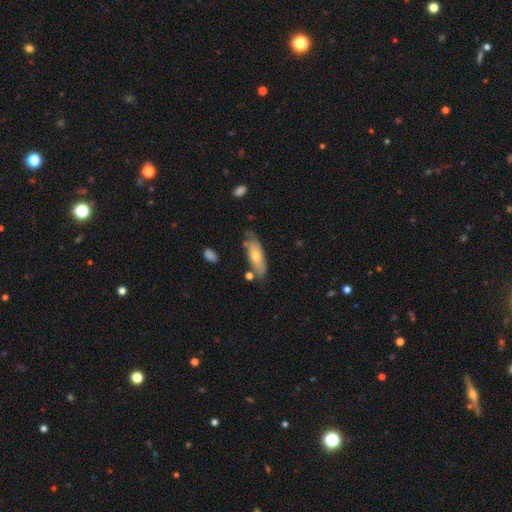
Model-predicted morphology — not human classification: Overall: smooth (57%; featured or disk 36%). How rounded: in between (57%; cigar-shaped 41%). Merging: none (65%).